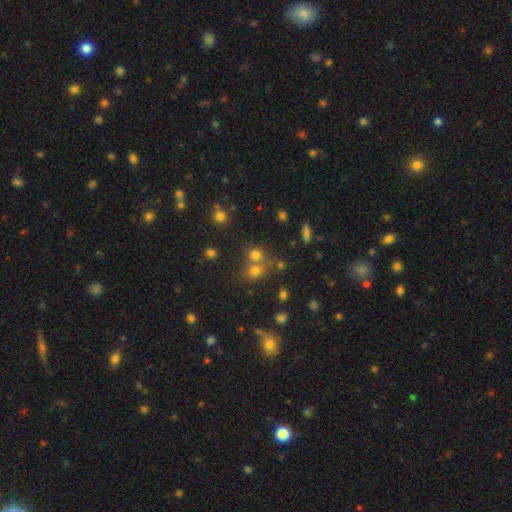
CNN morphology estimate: Smooth or featured? smooth (65%)
How rounded? round (75%)
Merging? none (50%)